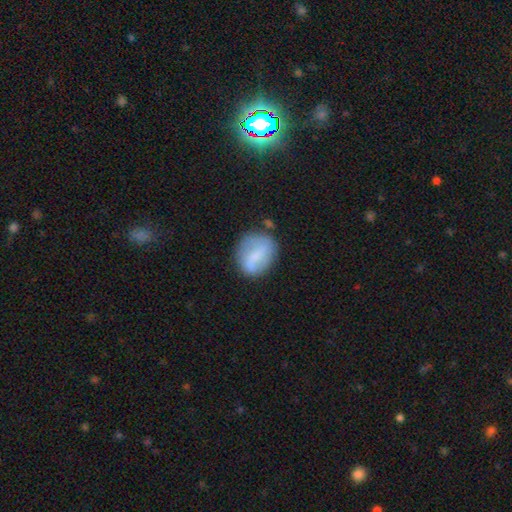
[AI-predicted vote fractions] smooth-or-featured: smooth: 61% | featured or disk: 31% | star or artifact: 8%
  how-rounded: round: 51% | in between: 47% | cigar-shaped: 2%
  merging: none: 64% | minor disturbance: 22% | major disturbance: 8% | merger: 5%